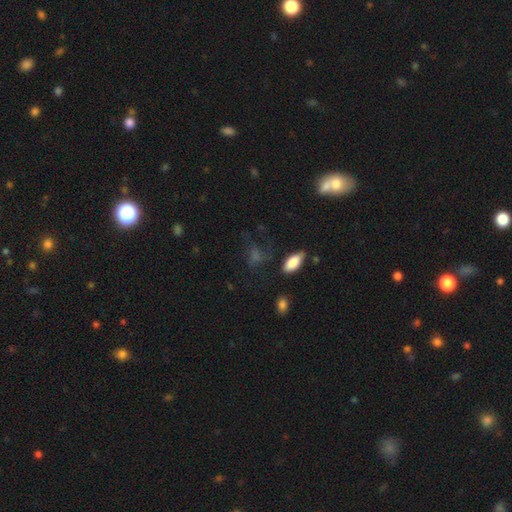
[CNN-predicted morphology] smooth_or_featured: smooth (p=0.45) [alt: star or artifact p=0.31]
merging: none (p=0.58) [alt: minor disturbance p=0.20]